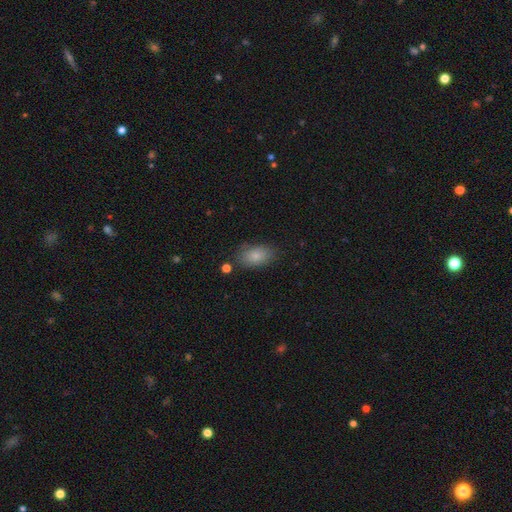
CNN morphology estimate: Smooth or featured? Predicted: smooth (p=0.81). How rounded? Predicted: in between (p=0.91). Merging? Predicted: none (p=0.78).